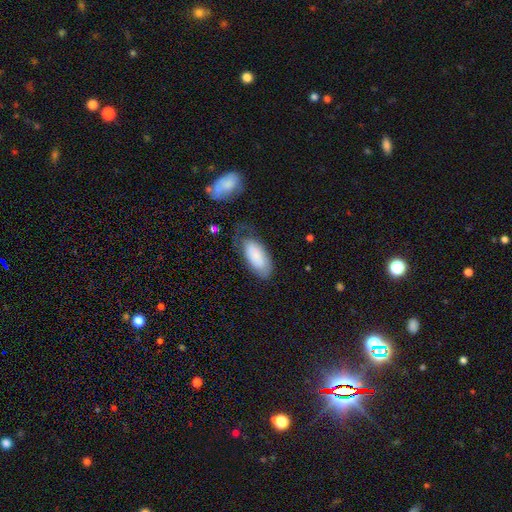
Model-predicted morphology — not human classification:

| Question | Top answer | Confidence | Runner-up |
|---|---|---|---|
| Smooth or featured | smooth | 74% | featured or disk (20%) |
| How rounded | in between | 90% | cigar-shaped (8%) |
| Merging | none | 51% | minor disturbance (28%) |